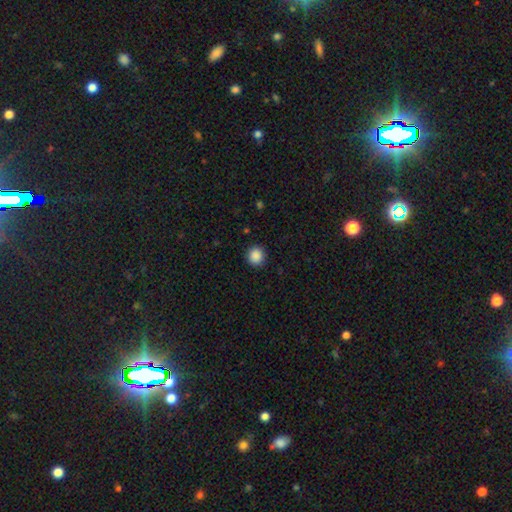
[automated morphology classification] Overall: smooth (88%). How rounded: round (90%). Merging: none (91%).